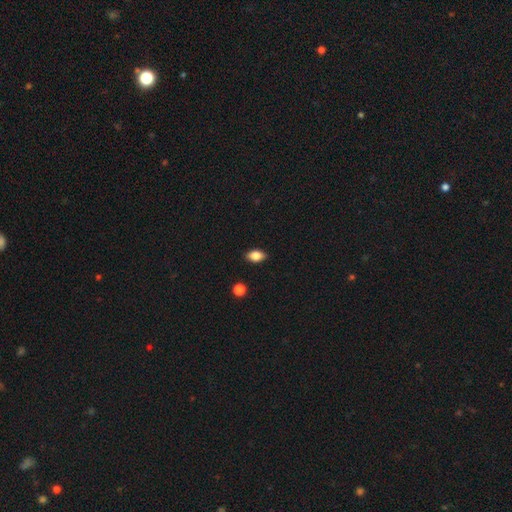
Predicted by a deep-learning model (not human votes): Smooth or featured? Predicted: smooth (p=0.83). How rounded? Predicted: in between (p=0.87). Merging? Predicted: none (p=0.88).